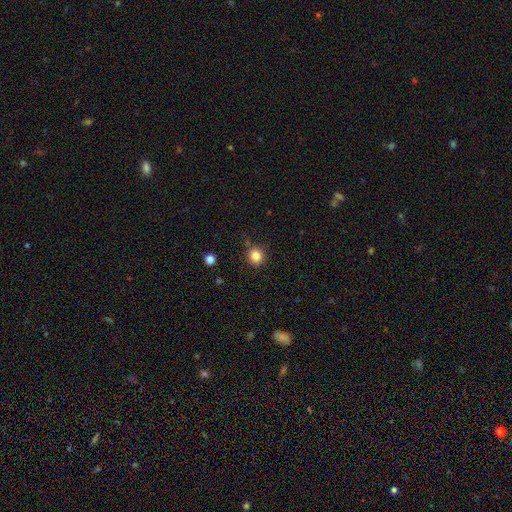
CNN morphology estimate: Smooth or featured: smooth — 84% (star or artifact — 12%)
How rounded: round — 89% (in between — 10%)
Merging: none — 83% (minor disturbance — 11%)